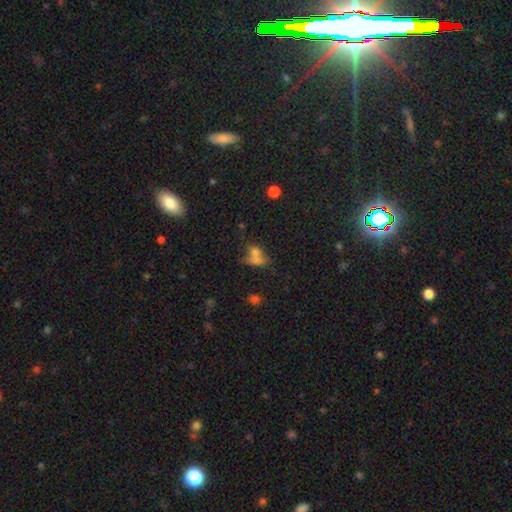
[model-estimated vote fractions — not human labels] This is likely a smooth galaxy (64%). How rounded: possibly in between (51%). Merging: possibly merger (49%).